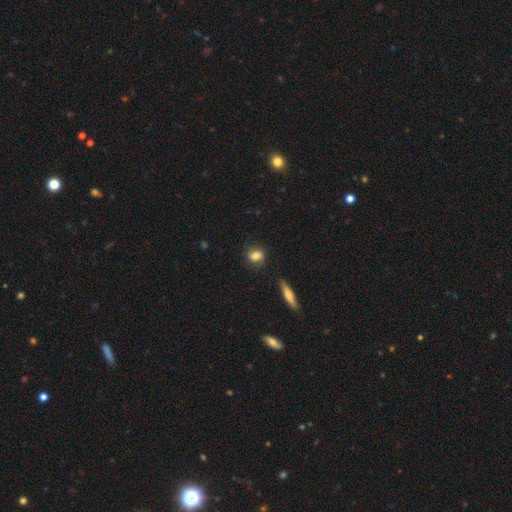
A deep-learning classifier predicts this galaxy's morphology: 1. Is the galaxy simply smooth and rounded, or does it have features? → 73% smooth, 18% featured or disk, 9% star or artifact.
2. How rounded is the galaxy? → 51% round, 45% in between, 4% cigar-shaped.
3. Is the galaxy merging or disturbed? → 77% none, 17% minor disturbance, 4% major disturbance, 2% merger.